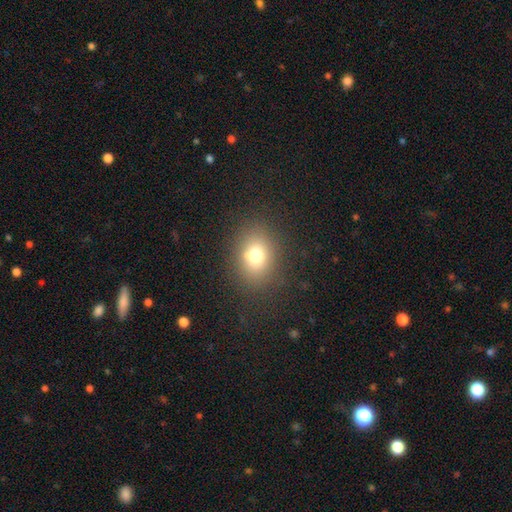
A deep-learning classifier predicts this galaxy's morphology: Smooth or featured?
  - smooth: 72% *
  - star or artifact: 16%
  - featured or disk: 12%
How rounded?
  - round: 50% *
  - in between: 49%
  - cigar-shaped: 1%
Merging?
  - none: 78% *
  - minor disturbance: 11%
  - major disturbance: 5%
  - merger: 5%